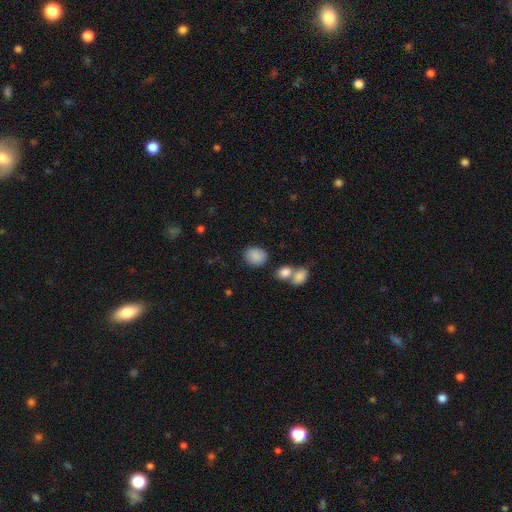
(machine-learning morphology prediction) This is clearly a smooth galaxy (86%). How rounded: possibly round (51%). Merging: likely none (74%).